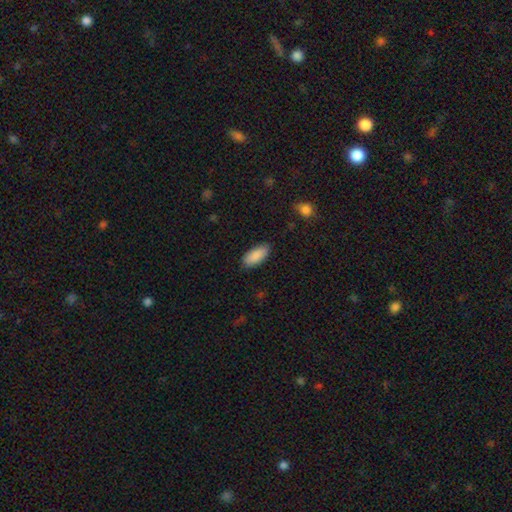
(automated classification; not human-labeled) Smooth or featured: smooth — 89% (star or artifact — 6%)
How rounded: in between — 88% (cigar-shaped — 10%)
Merging: none — 83% (minor disturbance — 13%)